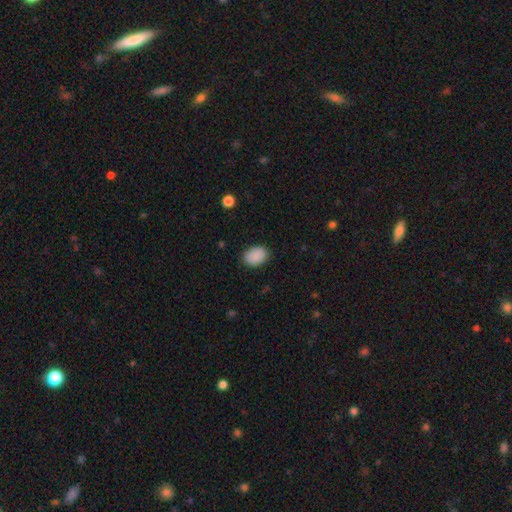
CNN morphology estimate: type=smooth (89%); roundness=in between (75%); merging=none (86%).